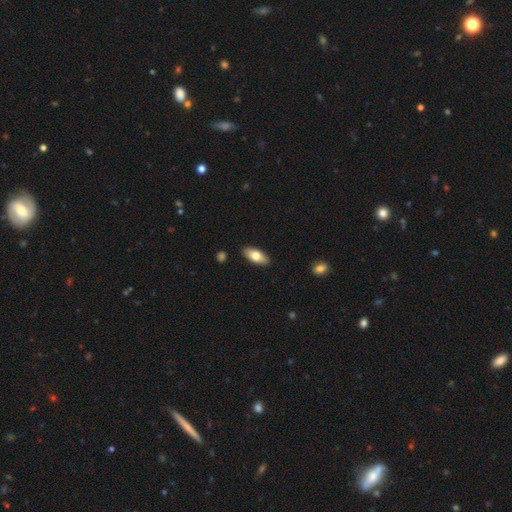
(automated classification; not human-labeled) smooth 72%, featured or disk 22%, star or artifact 6%. Down the decision tree: how rounded — in between (85%); merging — none (89%).